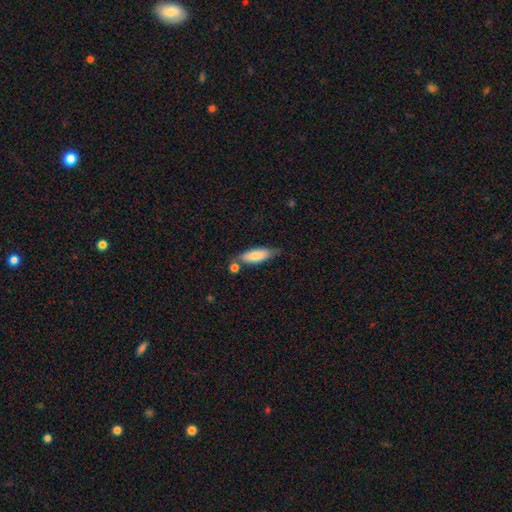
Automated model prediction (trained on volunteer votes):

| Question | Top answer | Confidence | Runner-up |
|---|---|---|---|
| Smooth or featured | smooth | 80% | featured or disk (14%) |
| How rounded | in between | 61% | cigar-shaped (37%) |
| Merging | none | 65% | minor disturbance (19%) |